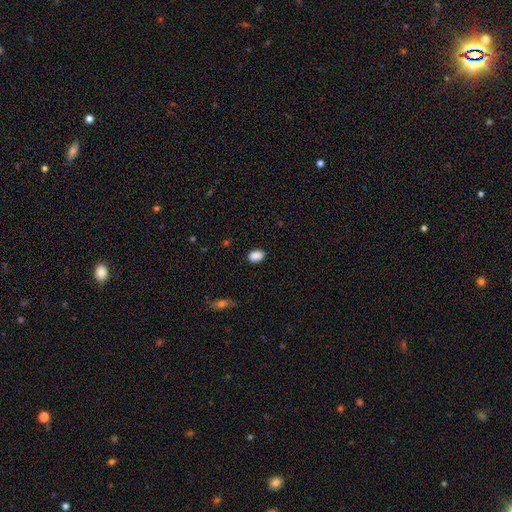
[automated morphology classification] A smooth galaxy with no disk features (88%) that is in between round and cigar-shaped (84%). Merging: none (85%).